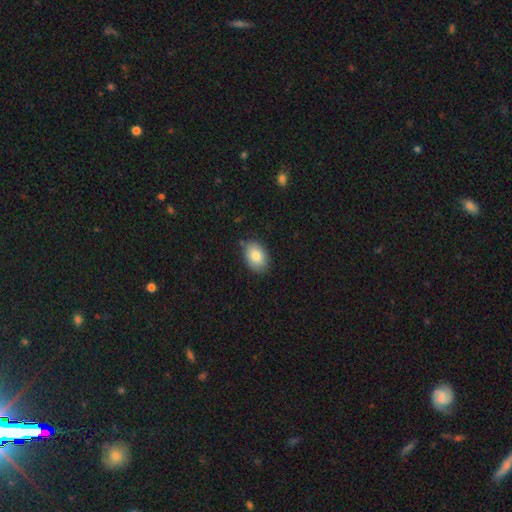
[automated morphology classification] Q: Smooth or featured?
A: smooth (83%); runner-up: featured or disk (10%)
Q: How rounded?
A: in between (85%); runner-up: round (14%)
Q: Merging?
A: none (84%); runner-up: minor disturbance (12%)